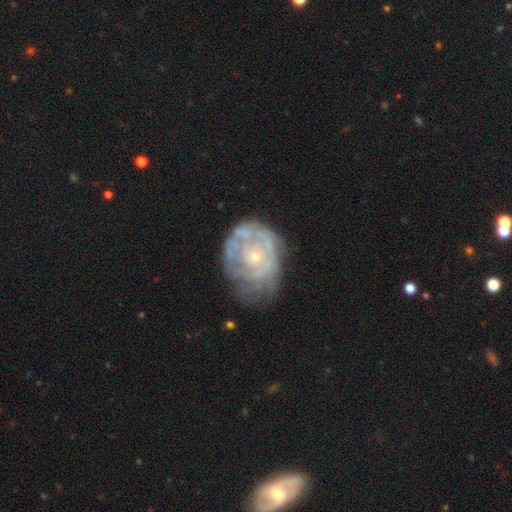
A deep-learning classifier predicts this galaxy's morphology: smooth_or_featured: featured or disk (p=0.72) [alt: smooth p=0.21]
disk_edge_on: no (p=0.97) [alt: yes p=0.03]
bar: no (p=0.84) [alt: weak p=0.14]
has_spiral_arms: yes (p=0.63) [alt: no p=0.37]
bulge_size: small (p=0.74) [alt: moderate p=0.21]
merging: none (p=0.53) [alt: minor disturbance p=0.27]